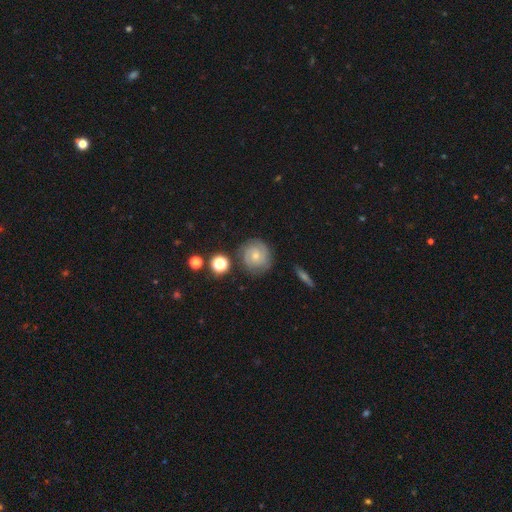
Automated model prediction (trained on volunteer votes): Smooth or featured: featured or disk — 62% (smooth — 29%)
Edge-on disk: no — 97% (yes — 3%)
Bar: no — 73% (weak — 23%)
Spiral arms: yes — 90% (no — 10%)
Spiral winding: tight — 62% (medium — 30%)
Spiral arm count: 2 — 46% (can't tell — 24%)
Bulge size: small — 64% (moderate — 30%)
Merging: none — 79% (minor disturbance — 14%)